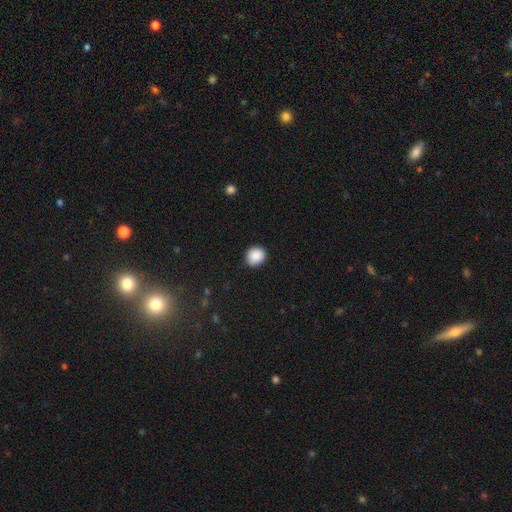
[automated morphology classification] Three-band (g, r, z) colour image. It shows a smooth galaxy with no disk features (89%) that is round (86%). Merging: none (88%).